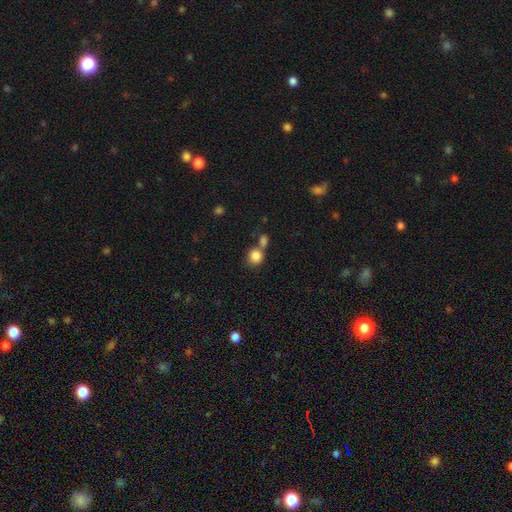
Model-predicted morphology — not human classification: A smooth galaxy with no disk features (84%) that is round (83%).

Vote fractions:
- Smooth or featured? smooth: 84% / star or artifact: 10% / featured or disk: 6%
- How rounded? round: 83% / in between: 15% / cigar-shaped: 1%
- Merging? none: 51% / merger: 36% / minor disturbance: 9% / major disturbance: 4%